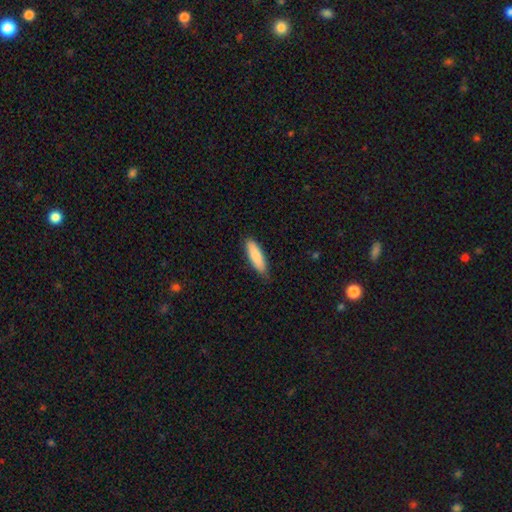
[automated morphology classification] Q: Smooth or featured?
A: smooth (84%); runner-up: featured or disk (10%)
Q: How rounded?
A: cigar-shaped (54%); runner-up: in between (45%)
Q: Merging?
A: none (83%); runner-up: minor disturbance (14%)